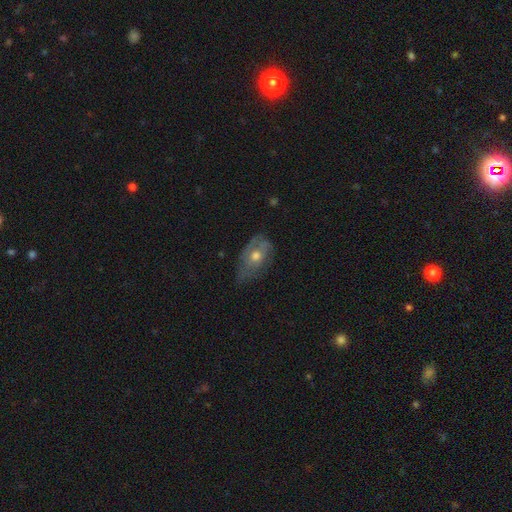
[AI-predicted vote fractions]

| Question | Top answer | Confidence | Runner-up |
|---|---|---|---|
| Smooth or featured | featured or disk | 56% | smooth (36%) |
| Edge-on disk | no | 89% | yes (11%) |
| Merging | none | 51% | minor disturbance (33%) |